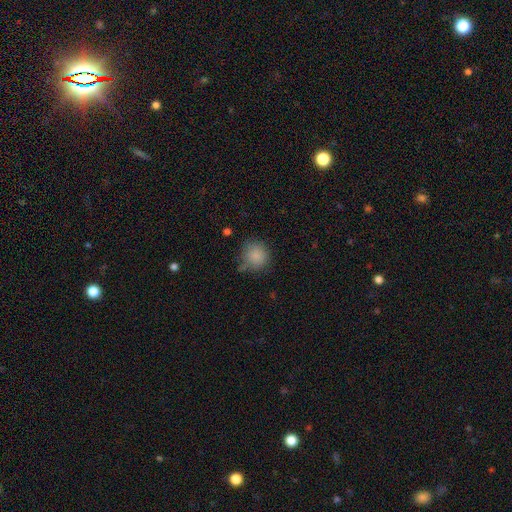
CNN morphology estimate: type=smooth (85%); roundness=round (89%); merging=none (67%).